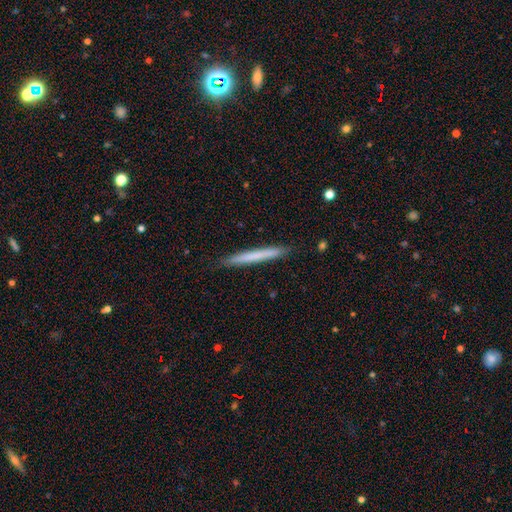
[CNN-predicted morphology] A smooth galaxy with no disk features (65%) that is cigar-shaped (97%). Merging: none (90%).